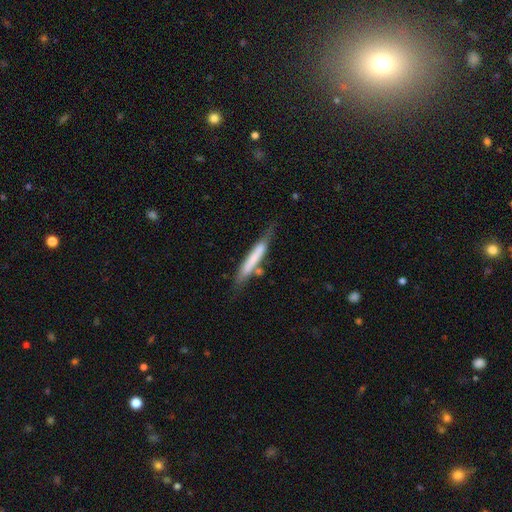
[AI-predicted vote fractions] This appears to be a smooth galaxy with no disk features (62%) that is cigar-shaped (93%). Merging: none (62%).